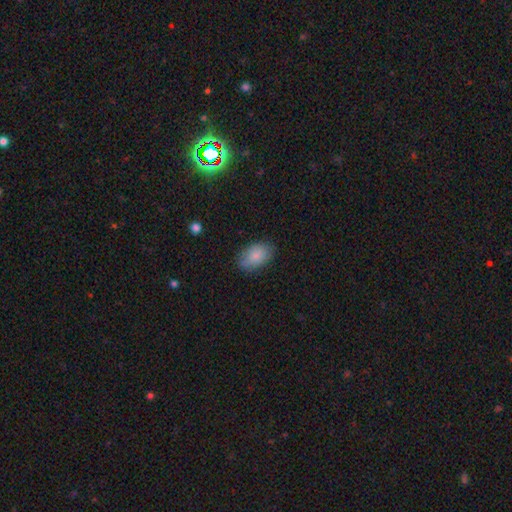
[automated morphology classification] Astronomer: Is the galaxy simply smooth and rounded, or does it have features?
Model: smooth — 83%.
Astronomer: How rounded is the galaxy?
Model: in between — 88%.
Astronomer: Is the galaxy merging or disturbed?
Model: none — 78%.